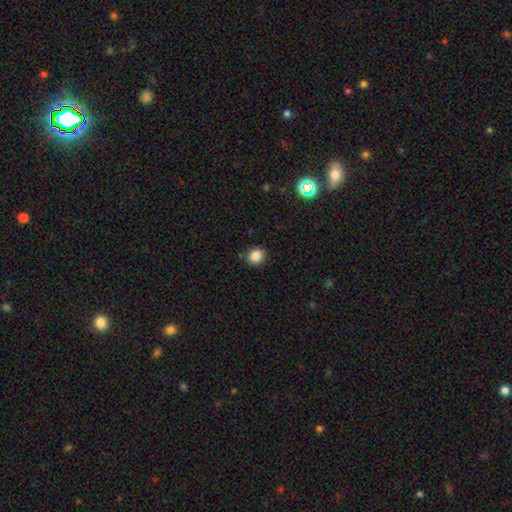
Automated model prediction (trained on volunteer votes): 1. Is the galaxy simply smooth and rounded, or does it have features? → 85% smooth, 11% star or artifact, 4% featured or disk.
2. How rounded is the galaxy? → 82% round, 18% in between, 1% cigar-shaped.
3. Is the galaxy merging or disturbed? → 88% none, 9% minor disturbance, 2% major disturbance, 2% merger.